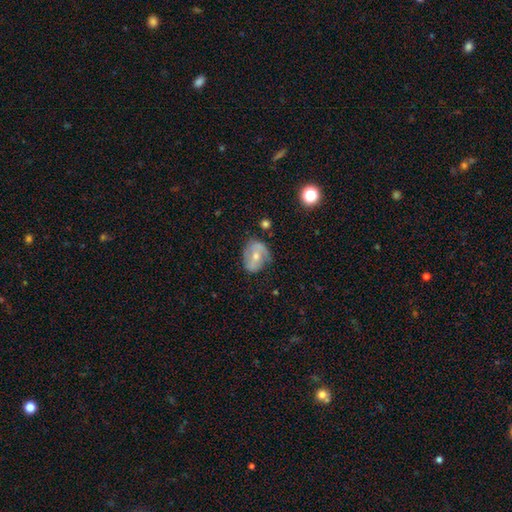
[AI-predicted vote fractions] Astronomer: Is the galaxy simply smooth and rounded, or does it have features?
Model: featured or disk — 57% (runner-up: smooth, 35%).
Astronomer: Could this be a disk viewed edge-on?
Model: no — 95%.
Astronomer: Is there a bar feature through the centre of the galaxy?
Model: no — 48% (runner-up: weak, 34%).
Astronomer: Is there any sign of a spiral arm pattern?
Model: yes — 66%.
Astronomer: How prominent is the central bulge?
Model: moderate — 57% (runner-up: small, 38%).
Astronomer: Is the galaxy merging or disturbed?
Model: none — 60%.